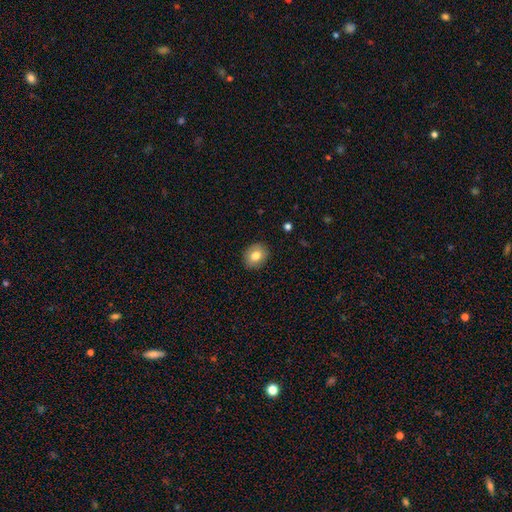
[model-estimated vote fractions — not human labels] A smooth galaxy with no disk features (80%) that is round (56%). Merging: none (89%).